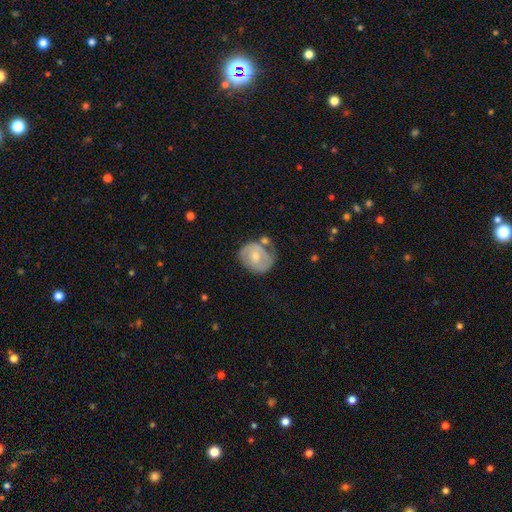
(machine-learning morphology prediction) type=featured or disk (58%); edge-on=no (97%); bar=no (55%); spiral arms=yes (78%); bulge=moderate (54%); merging=none (51%).